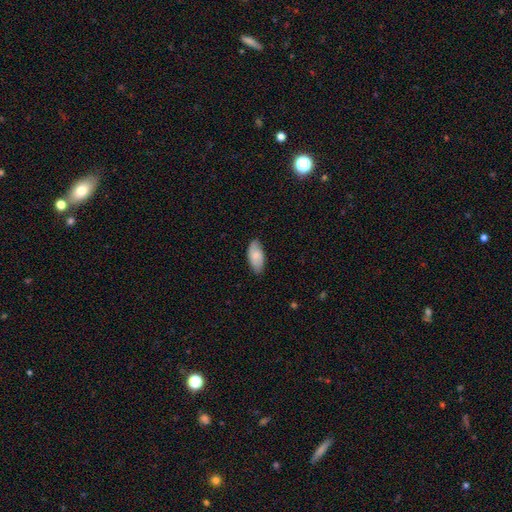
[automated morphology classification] Smooth or featured? Predicted: smooth (p=0.77). How rounded? Predicted: in between (p=0.91). Merging? Predicted: none (p=0.80).